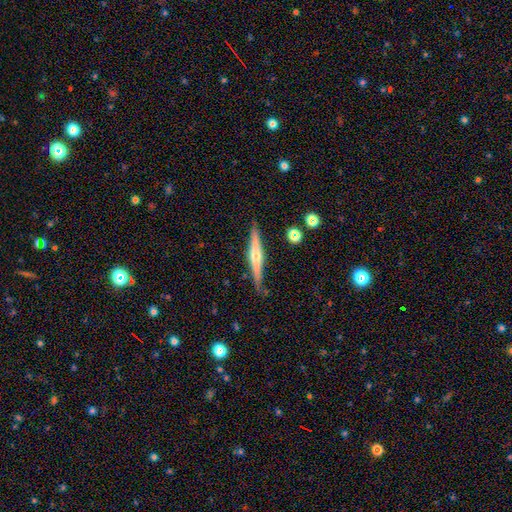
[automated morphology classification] A featured or disk galaxy (69%) viewed edge-on (97%) with a rounded central bulge (80%). Merging: none (86%).